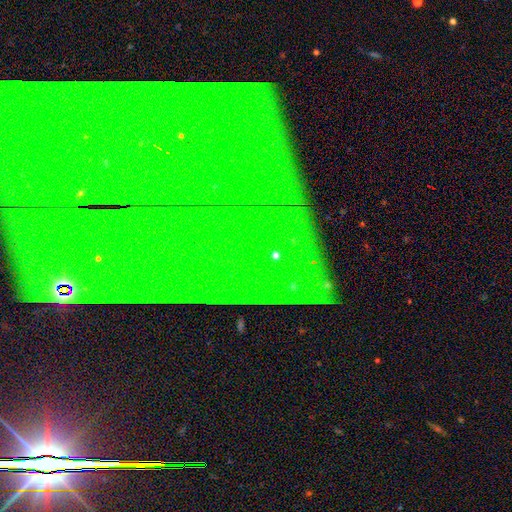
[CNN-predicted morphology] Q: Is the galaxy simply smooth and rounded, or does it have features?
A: star or artifact — 84%.